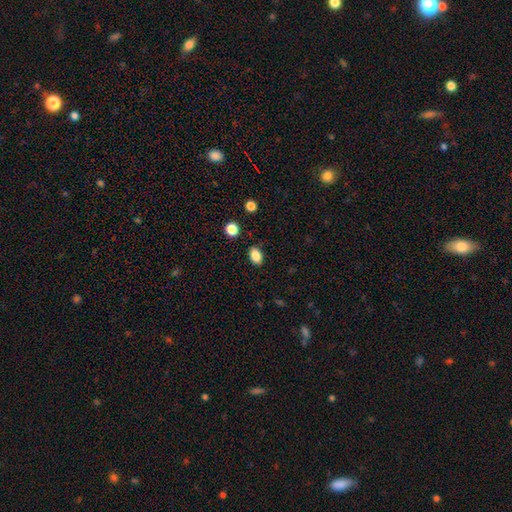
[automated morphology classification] Smooth or featured?
  - smooth: 86% *
  - star or artifact: 9%
  - featured or disk: 5%
How rounded?
  - in between: 84% *
  - round: 15%
  - cigar-shaped: 1%
Merging?
  - none: 87% *
  - minor disturbance: 9%
  - major disturbance: 2%
  - merger: 2%